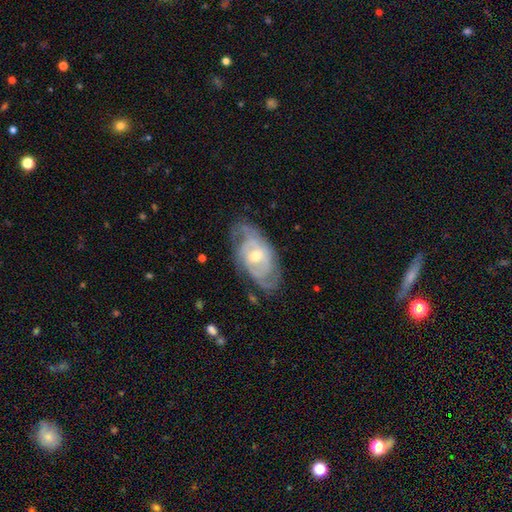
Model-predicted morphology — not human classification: Smooth or featured?
  - featured or disk: 82% *
  - smooth: 12%
  - star or artifact: 5%
Edge-on disk?
  - no: 94% *
  - yes: 6%
Bar?
  - no: 56% *
  - weak: 36%
  - strong: 8%
Spiral arms?
  - yes: 90% *
  - no: 10%
Spiral winding?
  - tight: 56% *
  - medium: 34%
  - loose: 10%
Spiral arm count?
  - 2: 41% *
  - can't tell: 34%
  - 3: 14%
  - 4: 5%
  - 1: 4%
  - more than 4: 3%
Bulge size?
  - moderate: 57% *
  - small: 39%
  - large: 3%
  - none: 1%
  - dominant: 1%
Merging?
  - none: 69% *
  - minor disturbance: 21%
  - major disturbance: 8%
  - merger: 2%